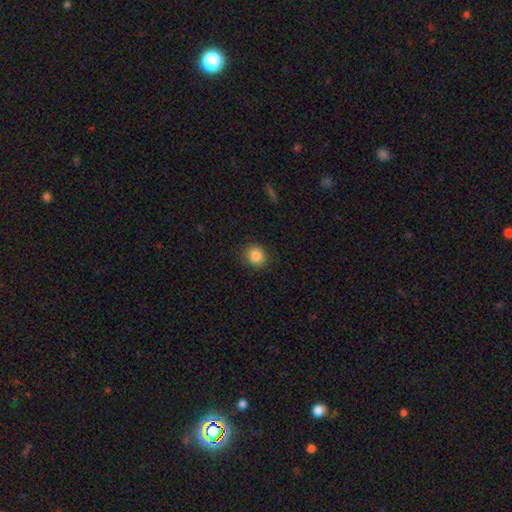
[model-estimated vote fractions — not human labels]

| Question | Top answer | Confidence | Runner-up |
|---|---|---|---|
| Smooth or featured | smooth | 85% | star or artifact (10%) |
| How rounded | round | 75% | in between (24%) |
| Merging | none | 87% | minor disturbance (10%) |